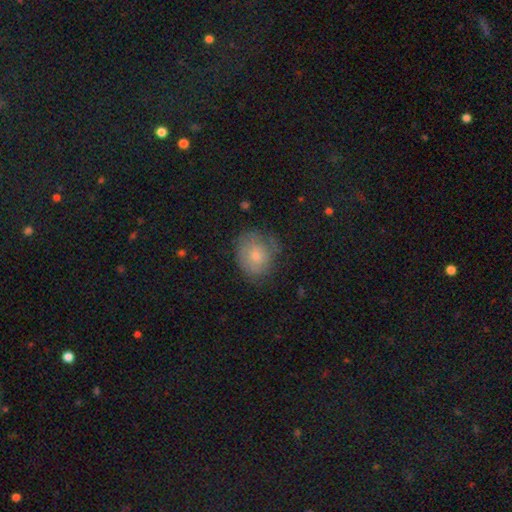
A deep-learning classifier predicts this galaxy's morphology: This appears to be a smooth galaxy with no disk features (68%) that is round (64%). Merging: none (61%).